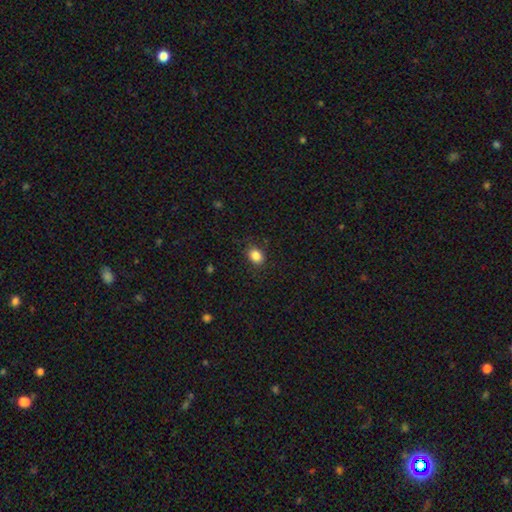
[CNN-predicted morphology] A smooth galaxy with no disk features (85%) that is in between round and cigar-shaped (52%). Merging: none (85%).